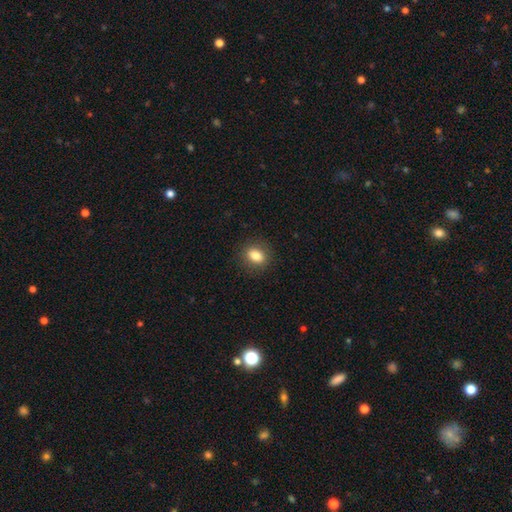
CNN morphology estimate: type=smooth (84%); roundness=in between (58%); merging=none (87%).